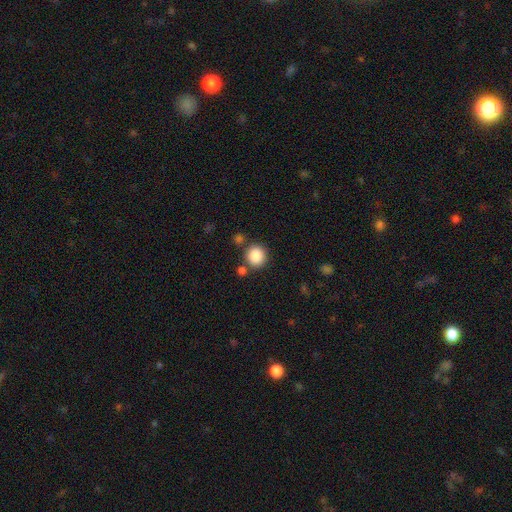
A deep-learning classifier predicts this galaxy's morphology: smooth_or_featured: smooth (p=0.87) [alt: star or artifact p=0.09]
how_rounded: round (p=0.86) [alt: in between p=0.13]
merging: none (p=0.76) [alt: merger p=0.10]